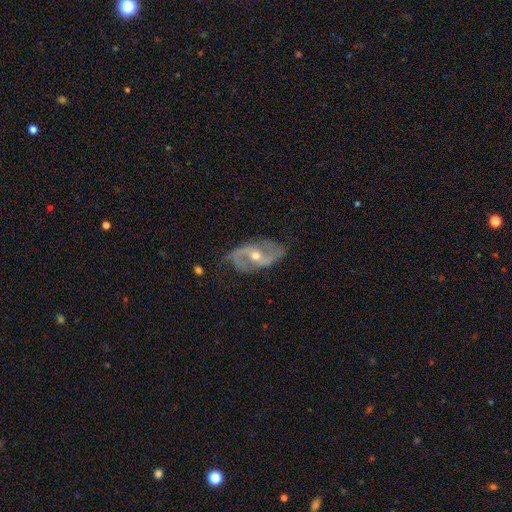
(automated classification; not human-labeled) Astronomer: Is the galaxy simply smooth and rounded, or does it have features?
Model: featured or disk — 88%.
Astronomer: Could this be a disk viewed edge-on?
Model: no — 95%.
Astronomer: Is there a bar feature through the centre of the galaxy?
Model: weak — 39%, tied with no at 39%.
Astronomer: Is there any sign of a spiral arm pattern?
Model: yes — 95%.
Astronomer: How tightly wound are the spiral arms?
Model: medium — 43% (runner-up: loose, 42%).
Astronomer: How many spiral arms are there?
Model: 2 — 87%.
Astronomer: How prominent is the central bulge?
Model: moderate — 64%.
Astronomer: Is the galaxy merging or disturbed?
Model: none — 75%.